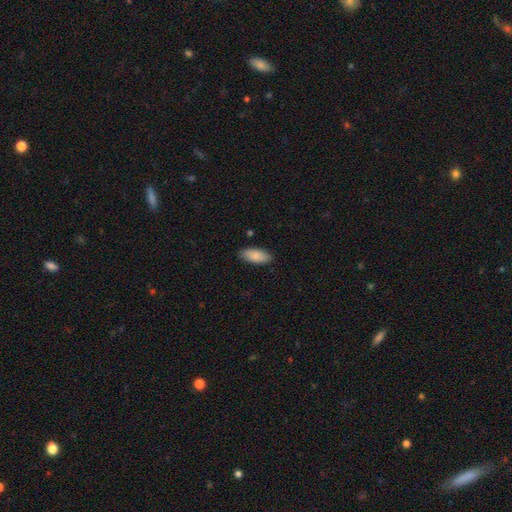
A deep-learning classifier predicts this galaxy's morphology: This is clearly a smooth galaxy (88%). How rounded: clearly in between (86%). Merging: clearly none (86%).